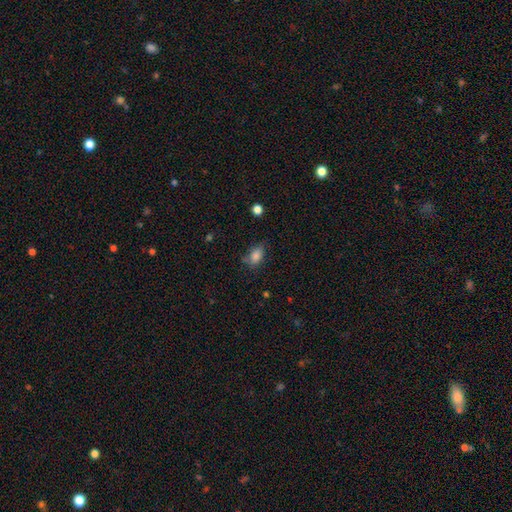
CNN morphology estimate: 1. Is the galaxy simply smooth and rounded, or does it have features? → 83% smooth, 10% star or artifact, 7% featured or disk.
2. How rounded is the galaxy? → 86% in between, 11% round, 2% cigar-shaped.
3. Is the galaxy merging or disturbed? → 64% none, 25% minor disturbance, 7% major disturbance, 4% merger.